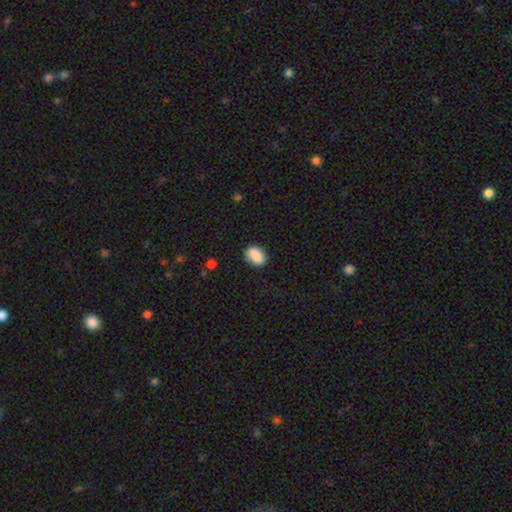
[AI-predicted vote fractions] This appears to be a smooth galaxy with no disk features (85%) that is in between round and cigar-shaped (81%). Merging: none (74%).